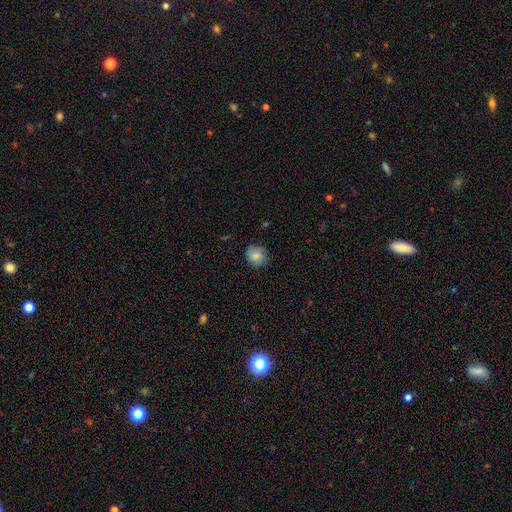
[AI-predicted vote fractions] Morphology: type=smooth (79%); roundness=round (73%); merging=none (75%).